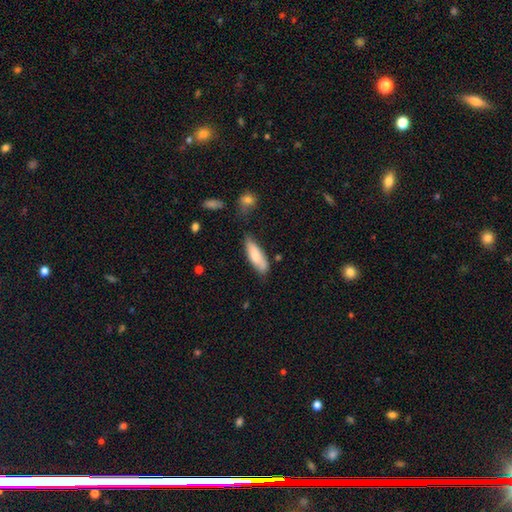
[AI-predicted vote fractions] Overall: smooth (78%). How rounded: in between (56%; cigar-shaped 42%). Merging: none (65%; minor disturbance 25%).